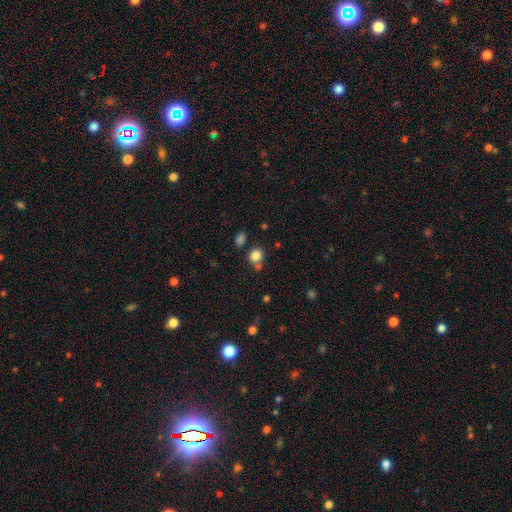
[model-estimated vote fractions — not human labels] Morphology: type=smooth (83%); roundness=round (72%); merging=none (67%).